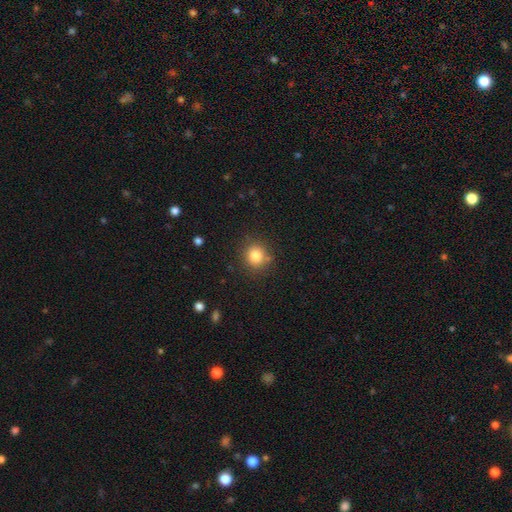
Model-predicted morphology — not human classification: The model was most divided on "smooth or featured": smooth: 82%, star or artifact: 12%, featured or disk: 6%. More confident: how rounded — round (88%); merging — none (83%).